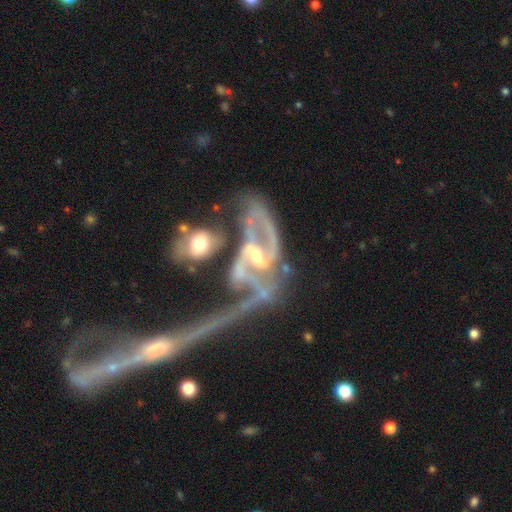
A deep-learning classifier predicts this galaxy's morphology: Smooth or featured? featured or disk (88%)
Edge-on disk? no (95%)
Bar? weak (42%)
Spiral arms? yes (93%)
Spiral winding? loose (52%)
Spiral arm count? 2 (74%)
Bulge size? small (47%)
Merging? merger (42%)